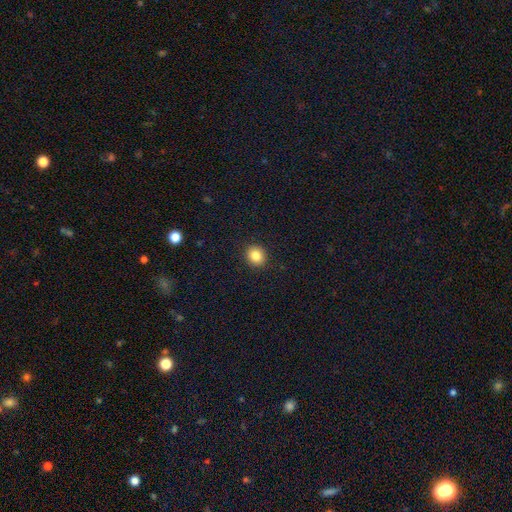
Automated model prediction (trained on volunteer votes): Overall: smooth (84%). How rounded: round (83%). Merging: none (92%).